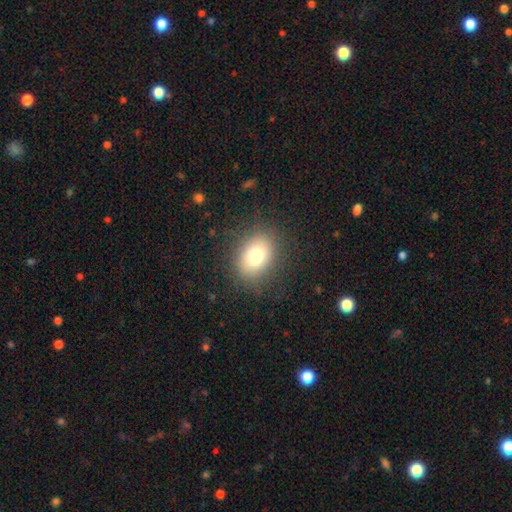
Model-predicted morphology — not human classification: smooth 77%, featured or disk 12%, star or artifact 11%. Down the decision tree: how rounded — in between (63%); merging — none (84%).